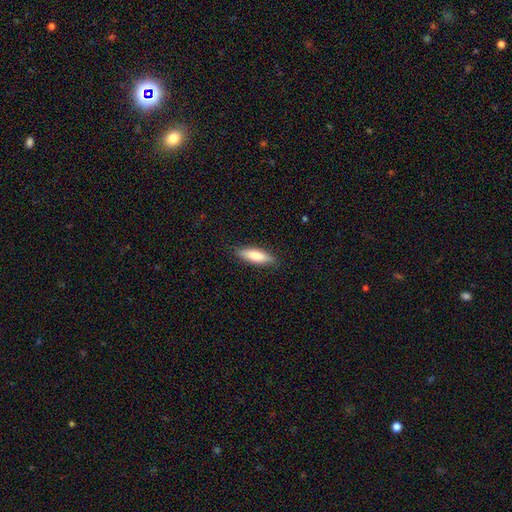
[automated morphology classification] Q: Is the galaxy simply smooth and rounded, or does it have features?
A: smooth — 79%.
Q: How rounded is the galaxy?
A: cigar-shaped — 57%.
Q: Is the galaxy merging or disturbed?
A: none — 87%.